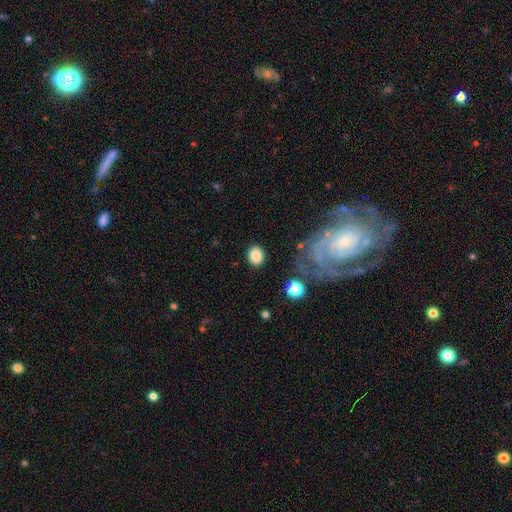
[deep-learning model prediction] smooth 85%, star or artifact 9%, featured or disk 6%. Down the decision tree: how rounded — in between (51%); merging — none (85%).